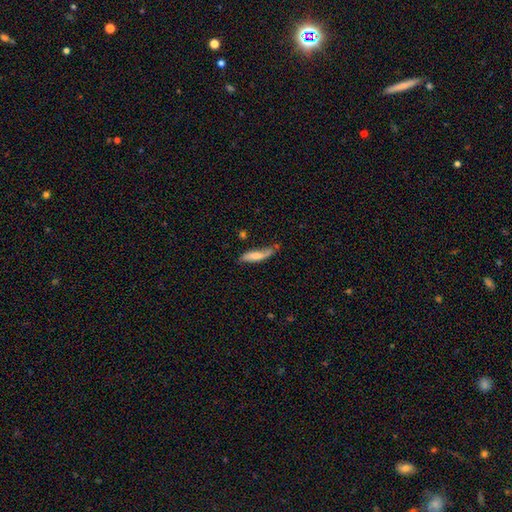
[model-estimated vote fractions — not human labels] smooth 66%, featured or disk 28%, star or artifact 6%. Down the decision tree: how rounded — cigar-shaped (72%); merging — none (49%).